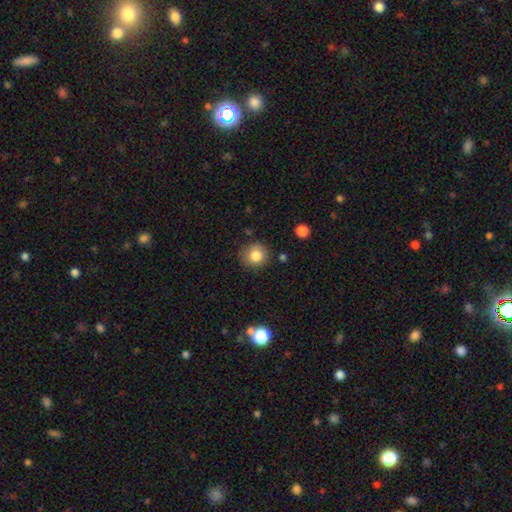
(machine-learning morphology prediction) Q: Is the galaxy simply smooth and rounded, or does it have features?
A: smooth — 83%.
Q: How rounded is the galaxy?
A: round — 86%.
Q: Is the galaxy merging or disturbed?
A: none — 79%.